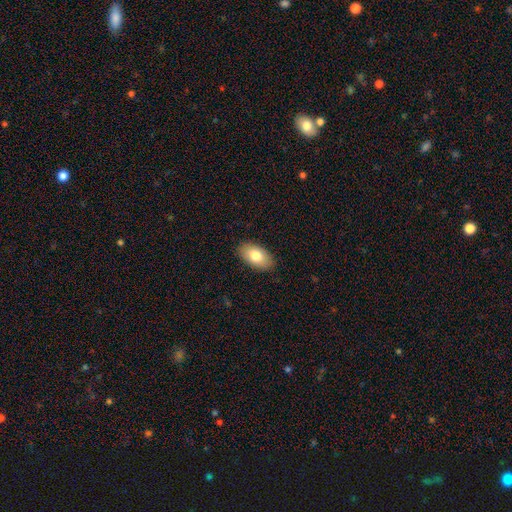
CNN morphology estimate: A smooth galaxy with no disk features (79%) that is in between round and cigar-shaped (94%).

Vote fractions:
- Smooth or featured? smooth: 79% / featured or disk: 15% / star or artifact: 7%
- How rounded? in between: 94% / round: 4% / cigar-shaped: 2%
- Merging? none: 88% / minor disturbance: 9% / major disturbance: 2% / merger: 1%